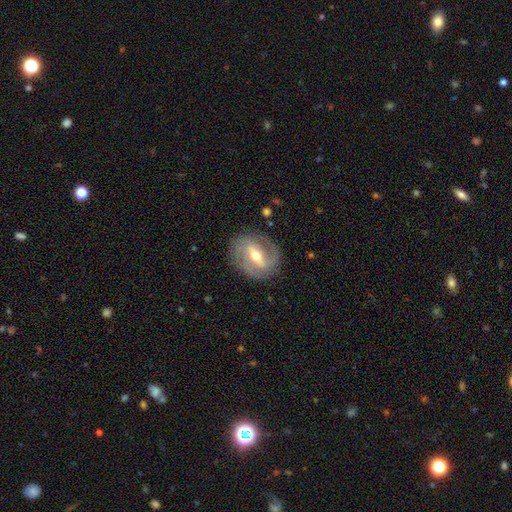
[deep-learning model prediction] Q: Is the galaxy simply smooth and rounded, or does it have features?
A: featured or disk — 80%.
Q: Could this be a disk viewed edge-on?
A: no — 93%.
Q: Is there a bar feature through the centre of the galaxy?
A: strong — 51%.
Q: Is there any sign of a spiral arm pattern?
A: yes — 83%.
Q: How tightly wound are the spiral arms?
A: medium — 41%.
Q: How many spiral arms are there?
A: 2 — 71%.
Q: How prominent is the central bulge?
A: moderate — 70%.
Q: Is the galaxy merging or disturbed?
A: none — 80%.